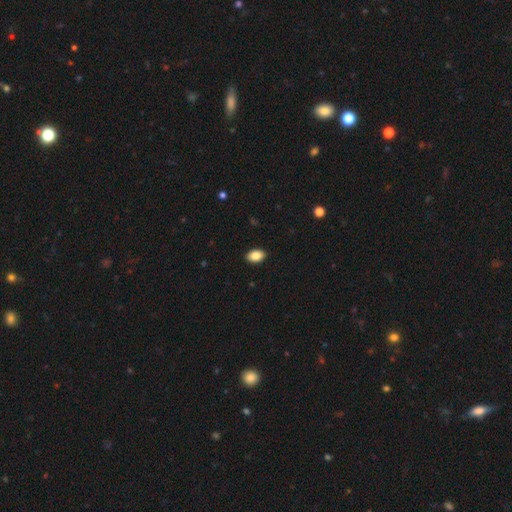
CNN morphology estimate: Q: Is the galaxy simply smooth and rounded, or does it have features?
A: smooth — 88%.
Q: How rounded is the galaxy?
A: in between — 89%.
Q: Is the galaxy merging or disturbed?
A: none — 91%.